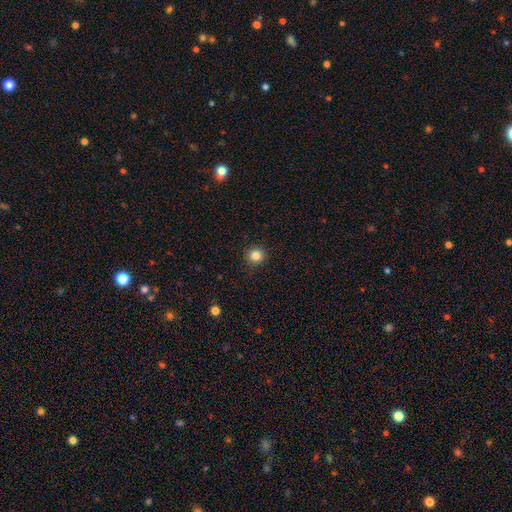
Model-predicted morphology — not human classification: Smooth or featured? Predicted: smooth (p=0.84). How rounded? Predicted: round (p=0.94). Merging? Predicted: none (p=0.91).